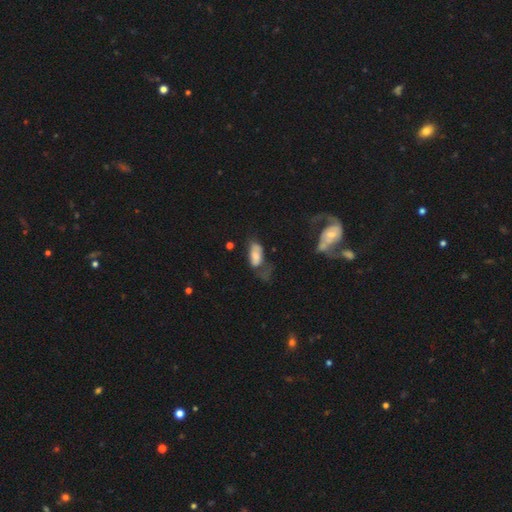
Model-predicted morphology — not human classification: smooth_or_featured: smooth (p=0.65) [alt: featured or disk p=0.27]
how_rounded: in between (p=0.90) [alt: cigar-shaped p=0.06]
merging: major disturbance (p=0.39) [alt: none p=0.27]